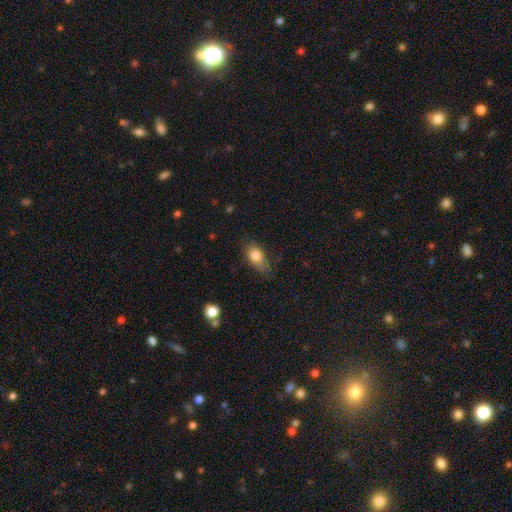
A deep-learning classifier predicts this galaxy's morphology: smooth 79%, featured or disk 13%, star or artifact 8%. Down the decision tree: how rounded — in between (83%); merging — none (62%).